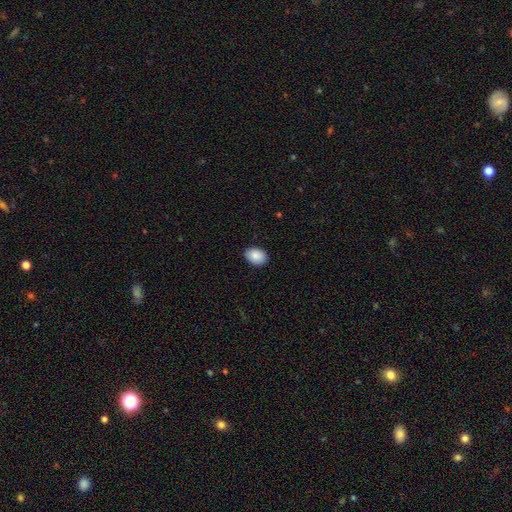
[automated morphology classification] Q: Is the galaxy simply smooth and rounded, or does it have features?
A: smooth — 89%.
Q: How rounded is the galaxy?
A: in between — 78%.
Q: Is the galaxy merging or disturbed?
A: none — 89%.